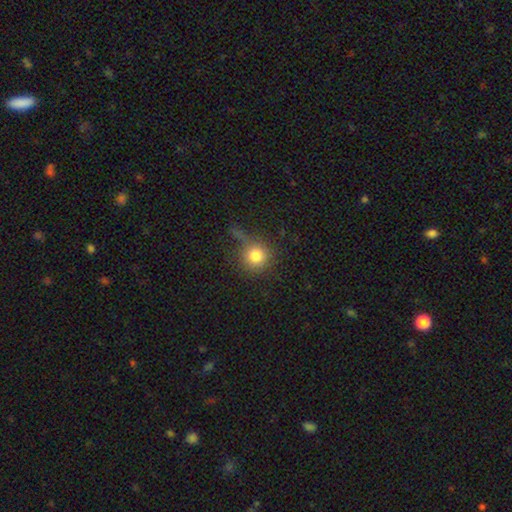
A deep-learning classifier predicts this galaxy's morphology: smooth_or_featured: smooth (p=0.78) [alt: star or artifact p=0.13]
how_rounded: round (p=0.92) [alt: in between p=0.07]
merging: none (p=0.61) [alt: minor disturbance p=0.20]